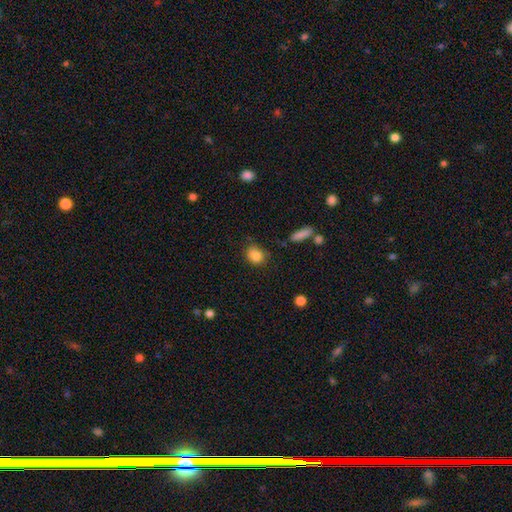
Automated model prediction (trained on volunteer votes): Smooth or featured? Predicted: smooth (p=0.84). How rounded? Predicted: round (p=0.59). Merging? Predicted: none (p=0.70).